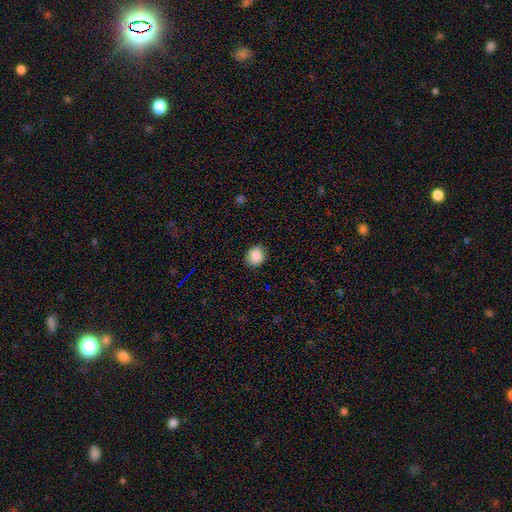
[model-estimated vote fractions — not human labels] Smooth or featured: smooth — 88% (star or artifact — 8%)
How rounded: round — 72% (in between — 27%)
Merging: none — 86% (minor disturbance — 10%)